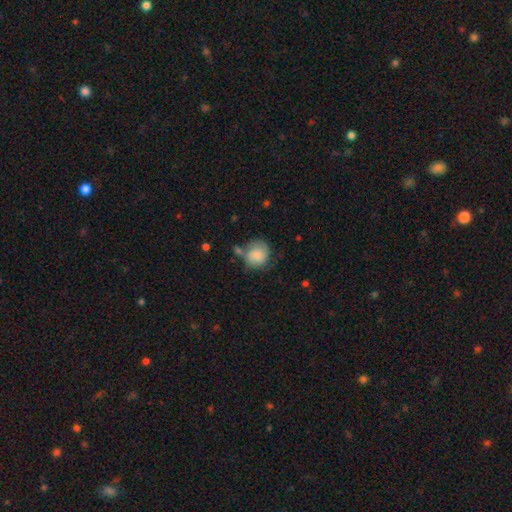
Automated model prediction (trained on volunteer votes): smooth-or-featured: smooth: 74% | featured or disk: 18% | star or artifact: 7%
  how-rounded: round: 78% | in between: 22% | cigar-shaped: 1%
  merging: none: 46% | minor disturbance: 27% | merger: 15% | major disturbance: 12%